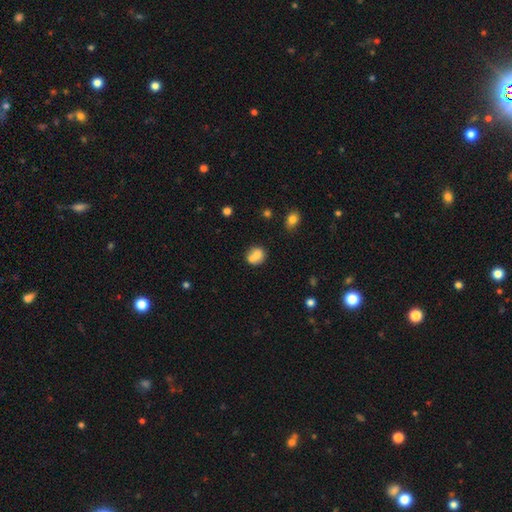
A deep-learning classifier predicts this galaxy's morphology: Smooth or featured?
  - smooth: 75% *
  - featured or disk: 15%
  - star or artifact: 10%
How rounded?
  - round: 70% *
  - in between: 29%
  - cigar-shaped: 1%
Merging?
  - merger: 44% *
  - none: 40%
  - minor disturbance: 12%
  - major disturbance: 4%